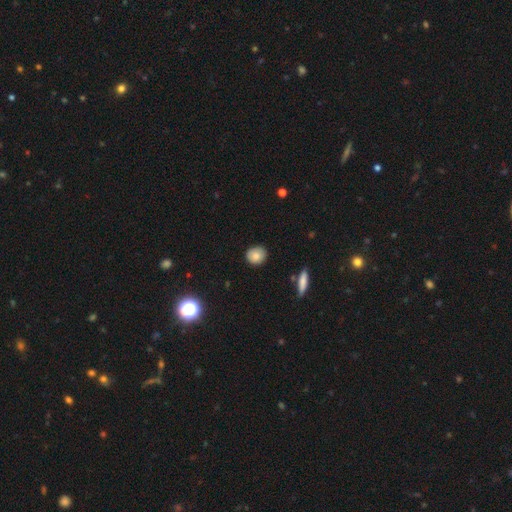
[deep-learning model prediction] smooth_or_featured: smooth (p=0.82) [alt: featured or disk p=0.09]
how_rounded: round (p=0.69) [alt: in between p=0.29]
merging: none (p=0.85) [alt: minor disturbance p=0.12]